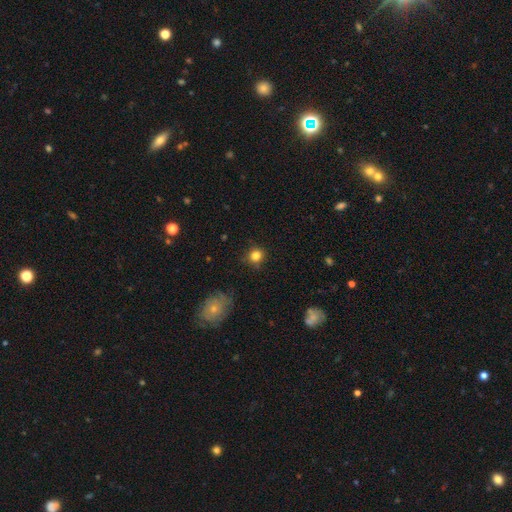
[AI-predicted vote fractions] Overall: smooth (82%). How rounded: round (88%). Merging: none (84%).